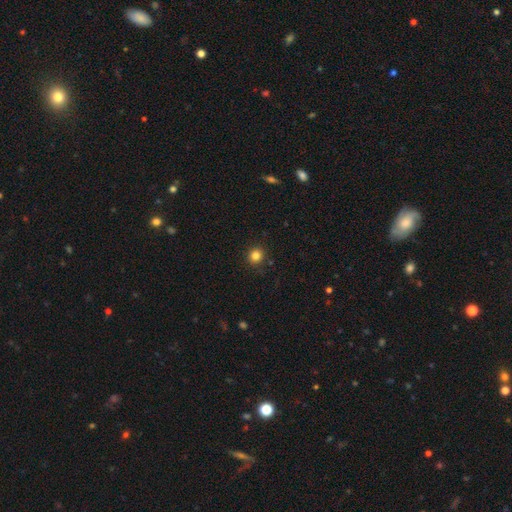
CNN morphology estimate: Q: Smooth or featured?
A: smooth (83%); runner-up: star or artifact (12%)
Q: How rounded?
A: round (92%); runner-up: in between (7%)
Q: Merging?
A: none (90%); runner-up: minor disturbance (6%)